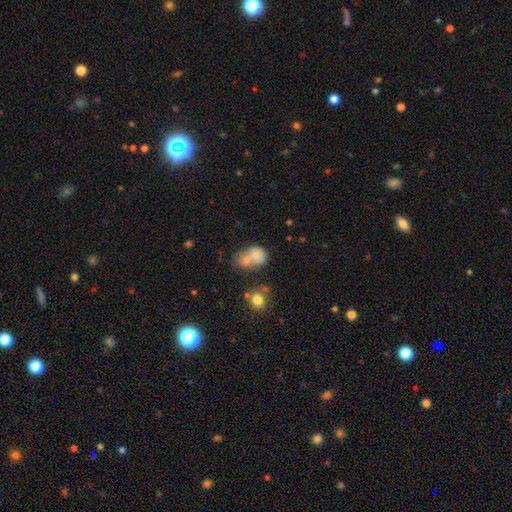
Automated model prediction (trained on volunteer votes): This appears to be a smooth galaxy with no disk features (73%) that is in between round and cigar-shaped (57%). Merging: merger (56%).